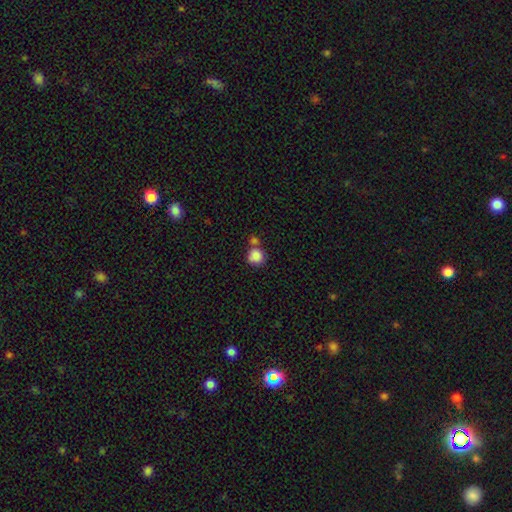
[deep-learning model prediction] Smooth or featured? Predicted: smooth (p=0.85). How rounded? Predicted: round (p=0.89). Merging? Predicted: none (p=0.51).